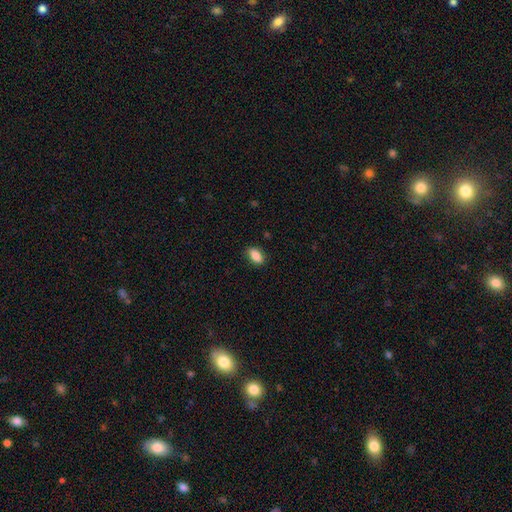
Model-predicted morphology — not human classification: Smooth or featured? smooth (87%)
How rounded? in between (88%)
Merging? none (85%)